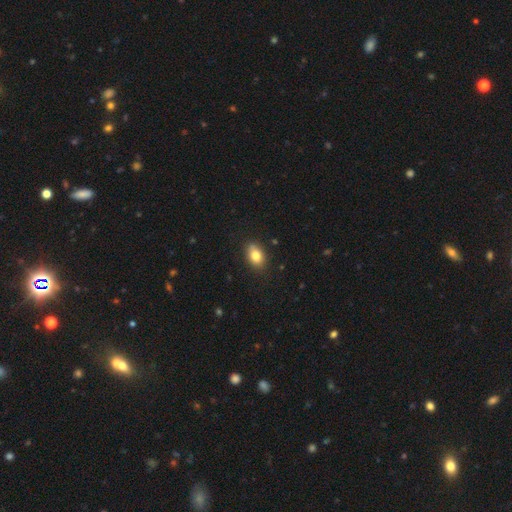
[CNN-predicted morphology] type=smooth (82%); roundness=in between (83%); merging=none (85%).